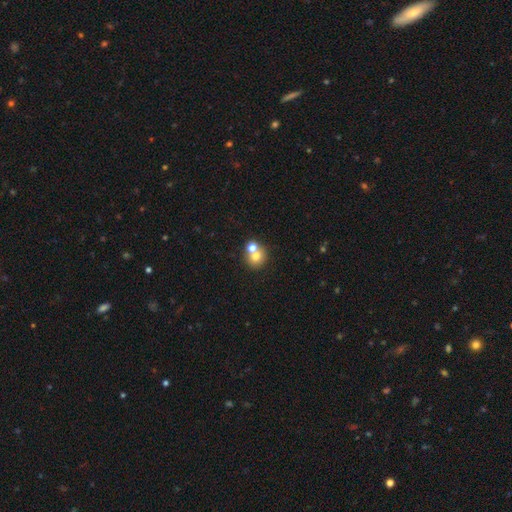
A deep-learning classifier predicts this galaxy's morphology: Smooth or featured? Predicted: smooth (p=0.71). How rounded? Predicted: round (p=0.80). Merging? Predicted: merger (p=0.47).